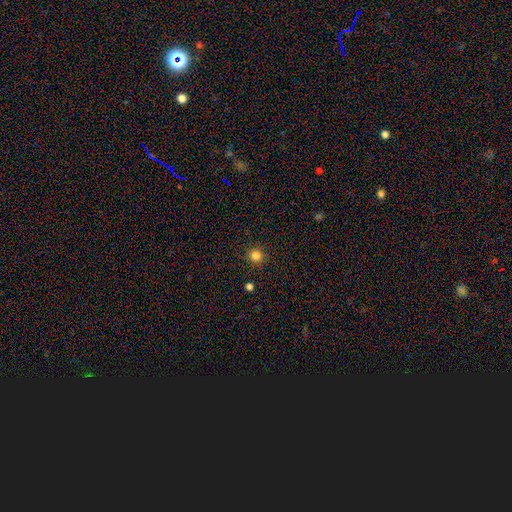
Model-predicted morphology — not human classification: The model was most divided on "smooth or featured": smooth: 83%, star or artifact: 13%, featured or disk: 4%. More confident: how rounded — round (94%); merging — none (91%).